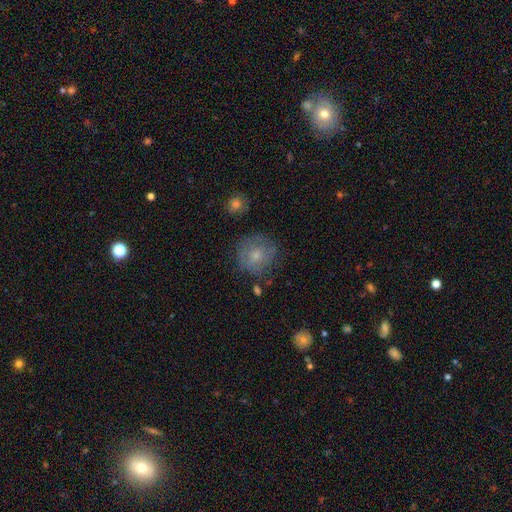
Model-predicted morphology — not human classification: A smooth galaxy with no disk features (59%) that is round (89%). Merging: none (70%).